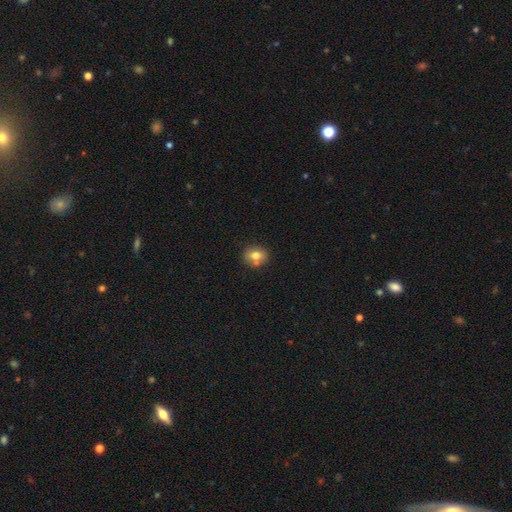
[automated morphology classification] type=smooth (74%); roundness=round (59%); merging=none (67%).